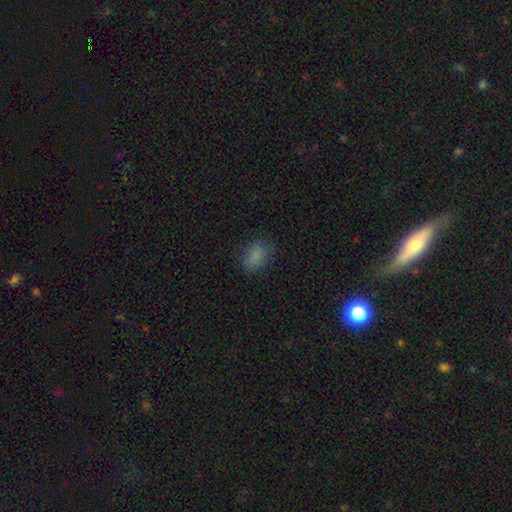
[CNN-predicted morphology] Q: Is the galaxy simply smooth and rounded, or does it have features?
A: smooth — 85%.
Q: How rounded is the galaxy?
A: in between — 79%.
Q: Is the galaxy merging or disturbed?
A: none — 79%.